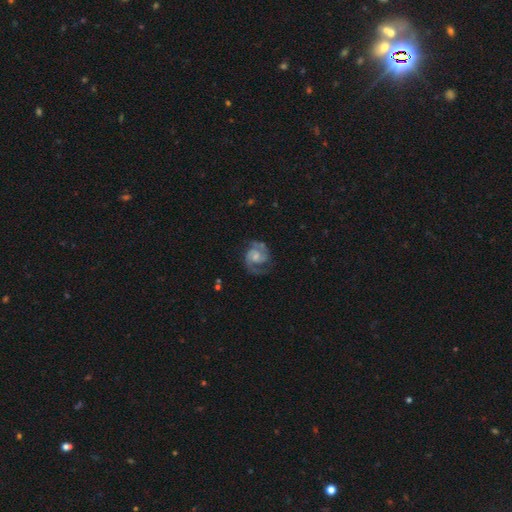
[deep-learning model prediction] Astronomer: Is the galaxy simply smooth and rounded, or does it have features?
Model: featured or disk — 87%.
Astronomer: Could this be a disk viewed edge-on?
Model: no — 98%.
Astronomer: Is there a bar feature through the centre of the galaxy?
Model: no — 58% (runner-up: weak, 36%).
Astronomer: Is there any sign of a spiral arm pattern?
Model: yes — 97%.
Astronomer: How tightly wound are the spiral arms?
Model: medium — 53% (runner-up: tight, 32%).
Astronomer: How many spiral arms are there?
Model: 2 — 89%.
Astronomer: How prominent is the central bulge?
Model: small — 45% (runner-up: moderate, 37%).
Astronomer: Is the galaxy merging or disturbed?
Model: none — 71%.